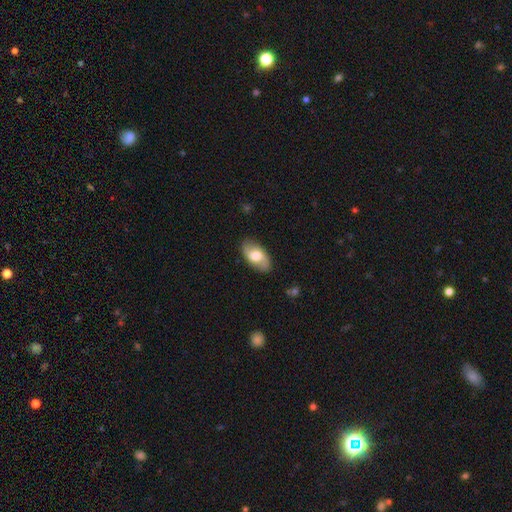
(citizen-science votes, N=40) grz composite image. It shows a smooth galaxy with no disk features (57%) that is in between round and cigar-shaped (100%). Merging: none (84%).